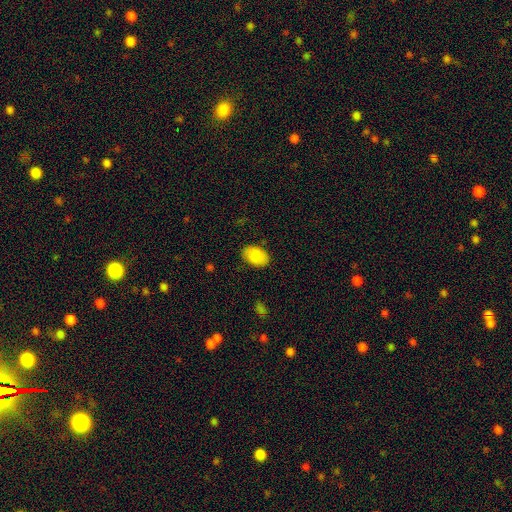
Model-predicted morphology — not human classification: Smooth or featured? Predicted: smooth (p=0.87). How rounded? Predicted: in between (p=0.86). Merging? Predicted: none (p=0.85).